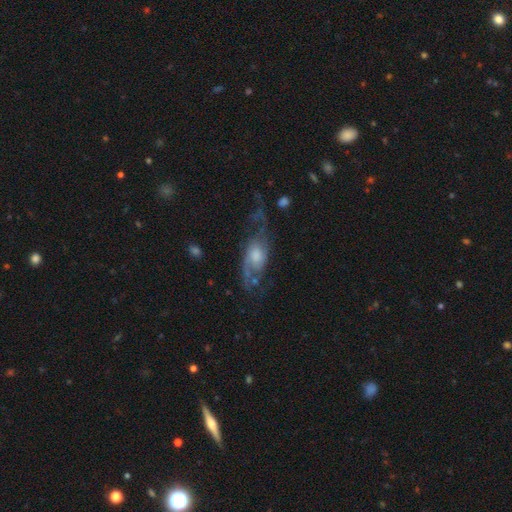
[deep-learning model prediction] Smooth or featured?
  - featured or disk: 74% *
  - smooth: 19%
  - star or artifact: 7%
Edge-on disk?
  - no: 91% *
  - yes: 9%
Bar?
  - no: 67% *
  - weak: 28%
  - strong: 4%
Spiral arms?
  - yes: 88% *
  - no: 12%
Spiral winding?
  - loose: 46% *
  - medium: 38%
  - tight: 16%
Spiral arm count?
  - 2: 72% *
  - can't tell: 13%
  - 1: 9%
  - 3: 3%
  - 4: 2%
  - more than 4: 2%
Bulge size?
  - moderate: 45% *
  - large: 26%
  - small: 18%
  - none: 7%
  - dominant: 3%
Merging?
  - none: 46% *
  - major disturbance: 28%
  - minor disturbance: 22%
  - merger: 4%